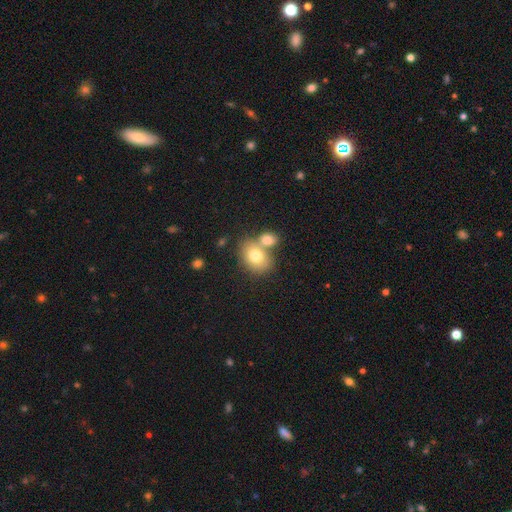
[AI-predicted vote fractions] Smooth or featured? smooth (75%)
How rounded? in between (60%)
Merging? none (44%)